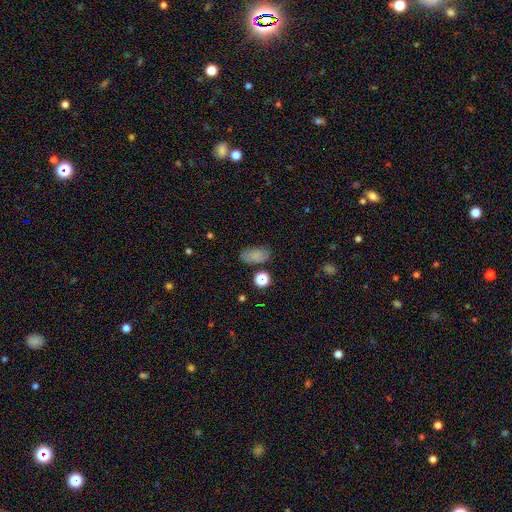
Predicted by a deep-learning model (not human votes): smooth_or_featured: smooth (p=0.73) [alt: featured or disk p=0.14]
how_rounded: in between (p=0.89) [alt: round p=0.08]
merging: none (p=0.73) [alt: minor disturbance p=0.18]